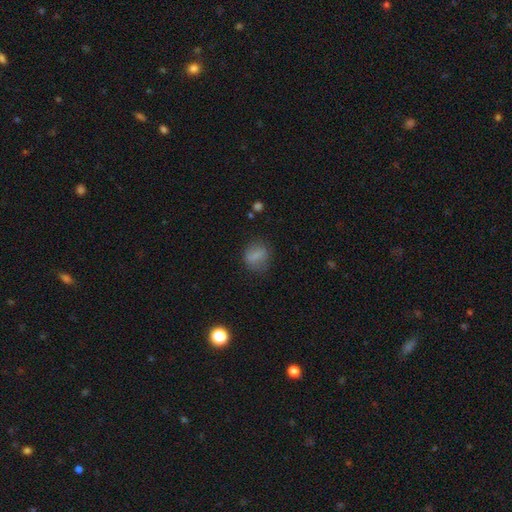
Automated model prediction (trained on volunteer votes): Smooth or featured? smooth (75%)
How rounded? round (59%)
Merging? none (72%)